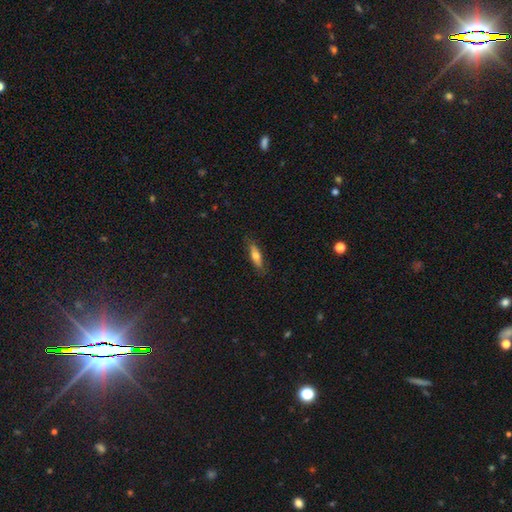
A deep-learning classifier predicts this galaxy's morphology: This is likely a smooth galaxy (64%). How rounded: possibly cigar-shaped (52%). Merging: clearly none (81%).